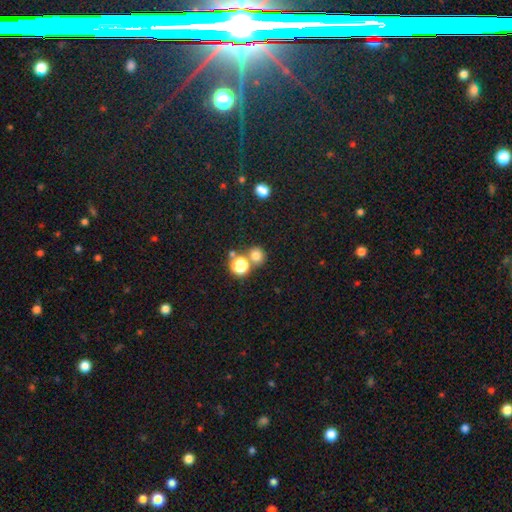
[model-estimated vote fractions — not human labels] A smooth galaxy with no disk features (74%) that is round (87%). Merging: none (67%).